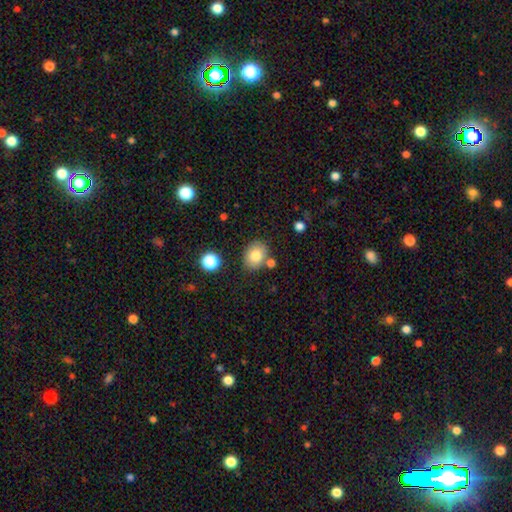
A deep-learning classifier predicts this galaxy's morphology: A smooth galaxy with no disk features (78%) that is in between round and cigar-shaped (55%).

Vote fractions:
- Smooth or featured? smooth: 78% / featured or disk: 12% / star or artifact: 10%
- How rounded? in between: 55% / round: 45% / cigar-shaped: 1%
- Merging? none: 77% / minor disturbance: 12% / merger: 8% / major disturbance: 3%